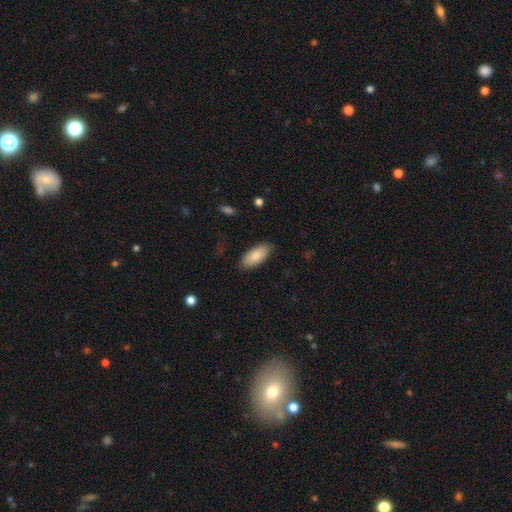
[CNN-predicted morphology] Smooth or featured: smooth — 87% (featured or disk — 7%)
How rounded: in between — 89% (cigar-shaped — 10%)
Merging: none — 86% (minor disturbance — 10%)